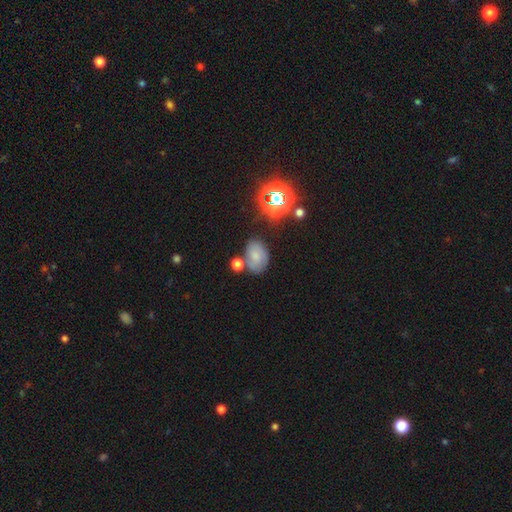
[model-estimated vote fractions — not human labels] smooth 65%, star or artifact 18%, featured or disk 18%. Down the decision tree: how rounded — in between (82%); merging — none (60%).